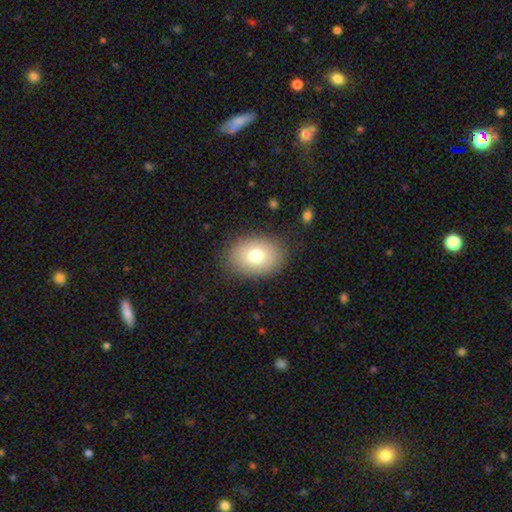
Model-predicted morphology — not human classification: A smooth galaxy with no disk features (75%) that is in between round and cigar-shaped (66%).

Vote fractions:
- Smooth or featured? smooth: 75% / featured or disk: 15% / star or artifact: 10%
- How rounded? in between: 66% / round: 34% / cigar-shaped: 1%
- Merging? none: 86% / minor disturbance: 10% / major disturbance: 4% / merger: 1%